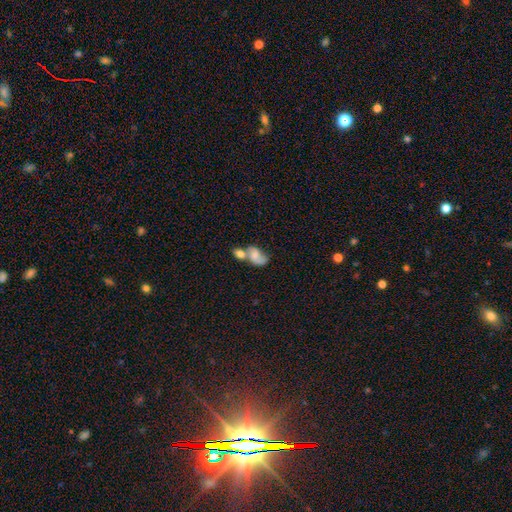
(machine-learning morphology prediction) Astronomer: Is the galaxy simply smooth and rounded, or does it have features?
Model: smooth — 59%.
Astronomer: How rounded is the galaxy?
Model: in between — 83%.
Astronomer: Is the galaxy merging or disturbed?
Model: merger — 68%.